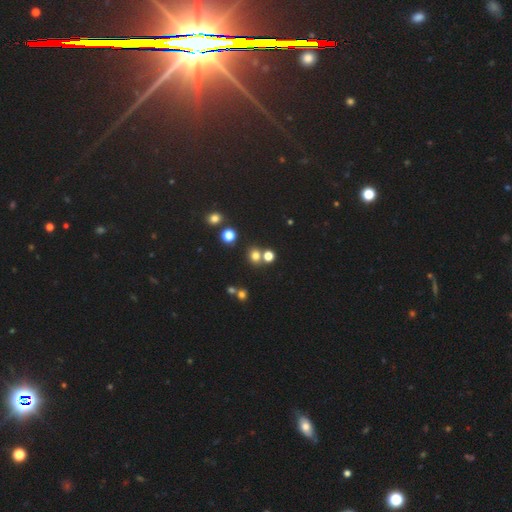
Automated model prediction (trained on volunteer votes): This is likely a smooth galaxy (71%). How rounded: likely round (78%). Merging: likely none (64%).